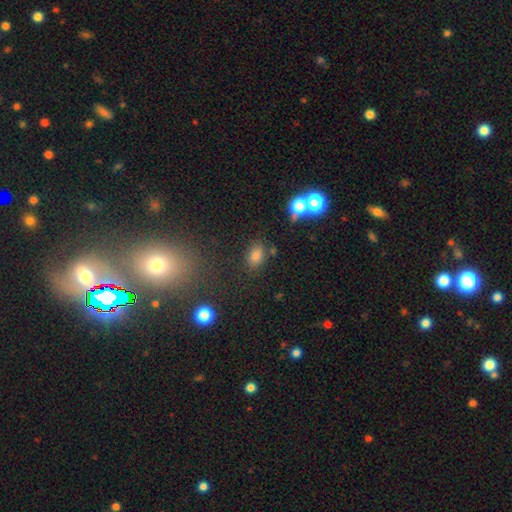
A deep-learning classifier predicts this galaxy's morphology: smooth 78%, star or artifact 15%, featured or disk 7%. Down the decision tree: how rounded — in between (80%); merging — none (78%).